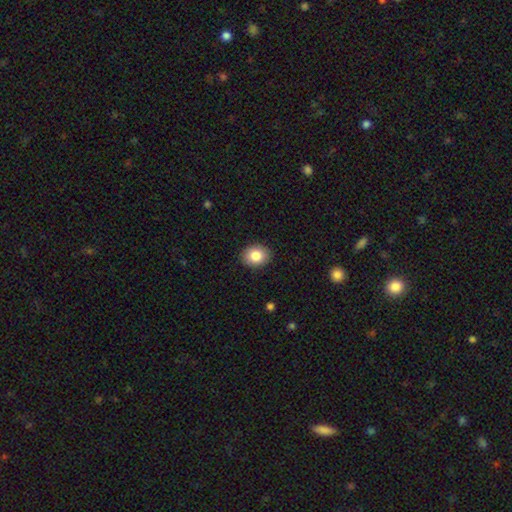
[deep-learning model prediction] Morphology: type=smooth (84%); roundness=in between (55%); merging=none (89%).